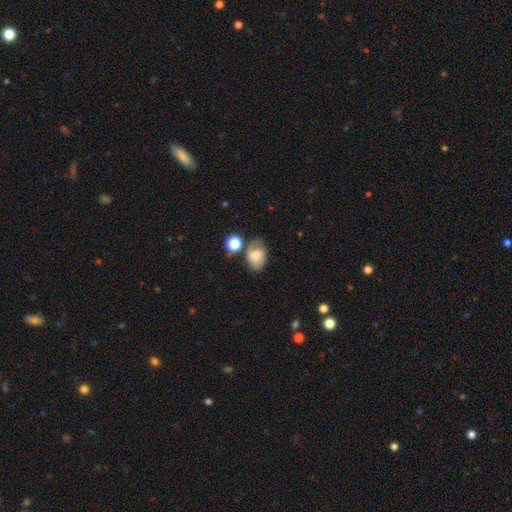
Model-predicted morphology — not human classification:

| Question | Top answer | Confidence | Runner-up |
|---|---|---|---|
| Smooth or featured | smooth | 62% | featured or disk (28%) |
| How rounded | in between | 78% | round (21%) |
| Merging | none | 52% | minor disturbance (26%) |